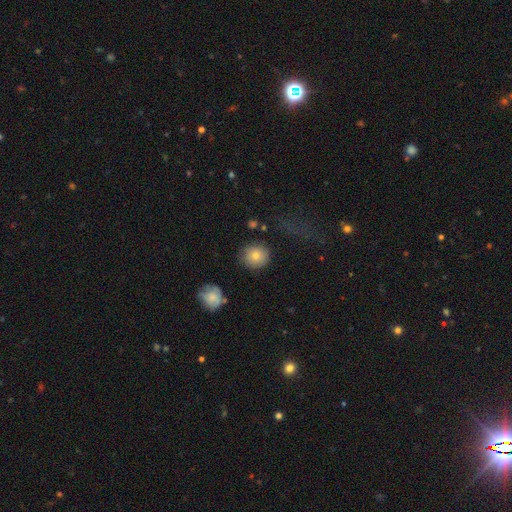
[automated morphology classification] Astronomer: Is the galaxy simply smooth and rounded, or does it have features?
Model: smooth — 79%.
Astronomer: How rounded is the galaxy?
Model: round — 87%.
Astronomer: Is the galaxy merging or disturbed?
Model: none — 83%.